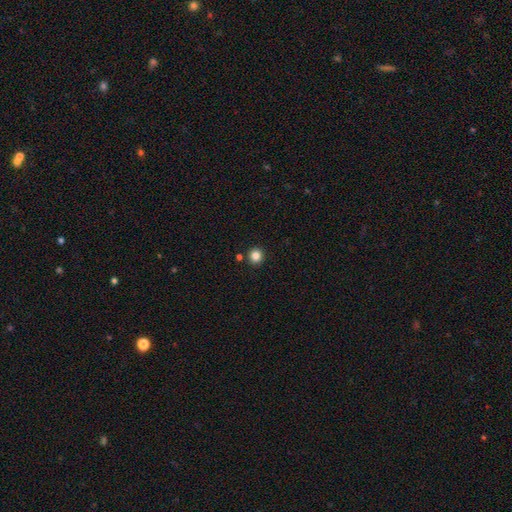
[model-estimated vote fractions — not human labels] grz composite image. It shows a smooth galaxy with no disk features (84%) that is round (92%). Merging: none (89%).